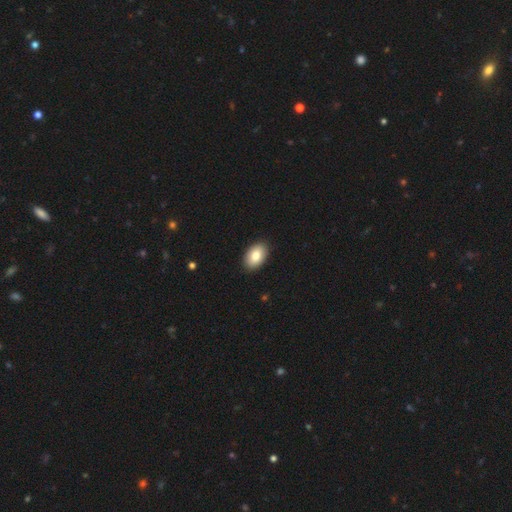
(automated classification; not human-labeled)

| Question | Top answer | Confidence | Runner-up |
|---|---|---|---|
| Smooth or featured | smooth | 83% | featured or disk (10%) |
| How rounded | in between | 92% | round (7%) |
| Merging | none | 90% | minor disturbance (7%) |